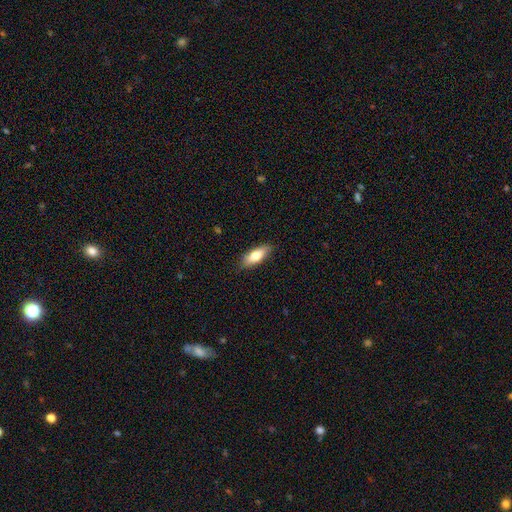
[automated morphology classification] Overall: smooth (74%). How rounded: in between (72%). Merging: none (86%).